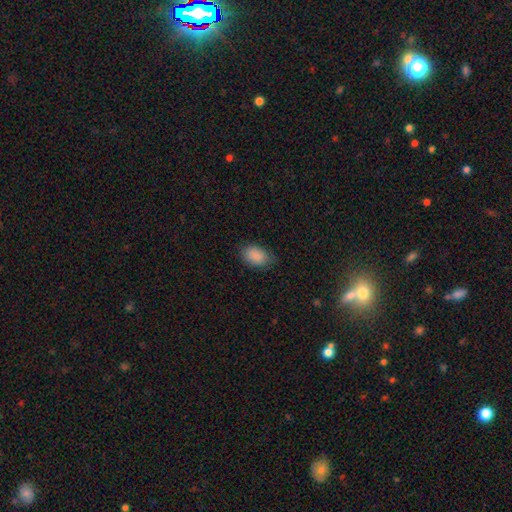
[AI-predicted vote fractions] smooth-or-featured: smooth: 88% | star or artifact: 8% | featured or disk: 4%
  how-rounded: in between: 87% | round: 12% | cigar-shaped: 1%
  merging: none: 76% | minor disturbance: 19% | major disturbance: 4% | merger: 1%